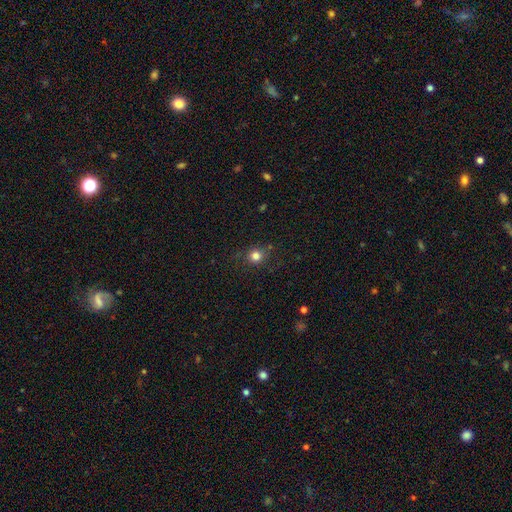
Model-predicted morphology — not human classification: smooth_or_featured: smooth (p=0.80) [alt: star or artifact p=0.14]
how_rounded: round (p=0.88) [alt: in between p=0.11]
merging: none (p=0.81) [alt: minor disturbance p=0.12]